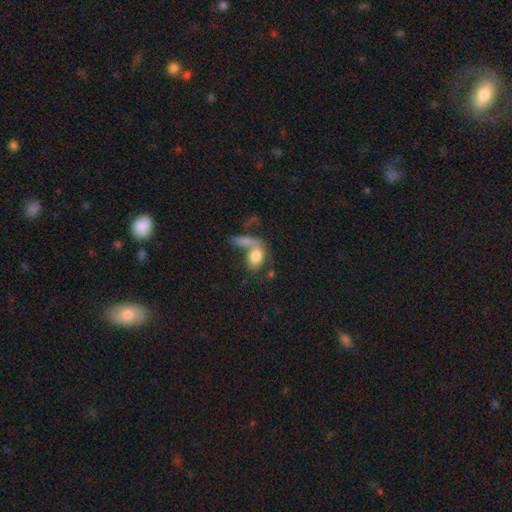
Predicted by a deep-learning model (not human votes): smooth-or-featured: smooth: 77% | featured or disk: 15% | star or artifact: 7%
  how-rounded: in between: 79% | round: 18% | cigar-shaped: 3%
  merging: merger: 46% | none: 33% | minor disturbance: 11% | major disturbance: 10%